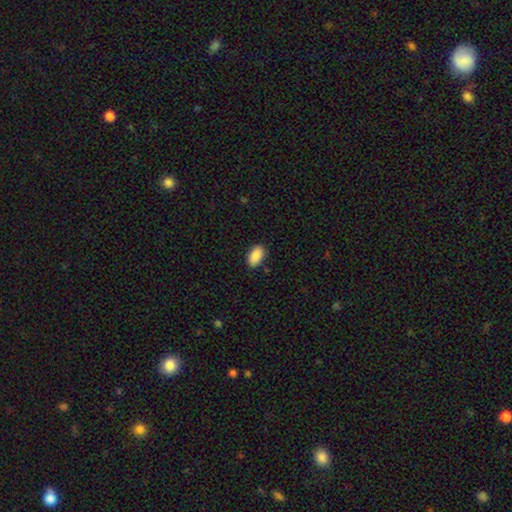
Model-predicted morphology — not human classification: Smooth or featured: smooth — 90% (star or artifact — 7%)
How rounded: in between — 94% (round — 5%)
Merging: none — 87% (minor disturbance — 10%)